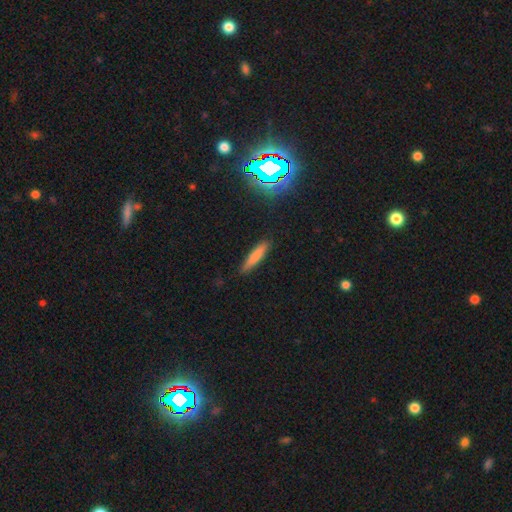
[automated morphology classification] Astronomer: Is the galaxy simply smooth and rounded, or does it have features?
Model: smooth — 79%.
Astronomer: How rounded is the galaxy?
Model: cigar-shaped — 87%.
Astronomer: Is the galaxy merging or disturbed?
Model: none — 86%.